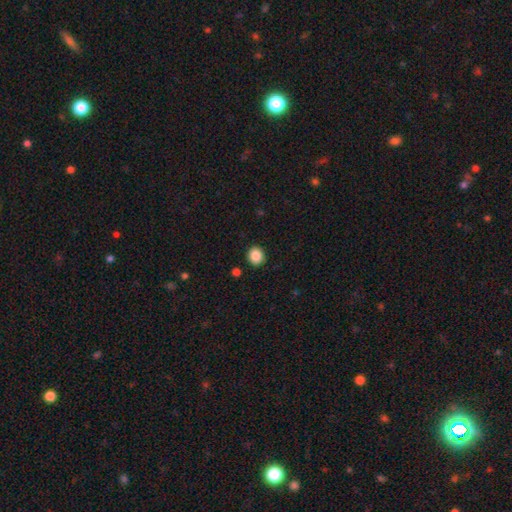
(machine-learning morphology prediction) Smooth or featured?
  - smooth: 87% *
  - star or artifact: 9%
  - featured or disk: 3%
How rounded?
  - round: 77% *
  - in between: 23%
  - cigar-shaped: 1%
Merging?
  - none: 89% *
  - minor disturbance: 7%
  - major disturbance: 2%
  - merger: 2%